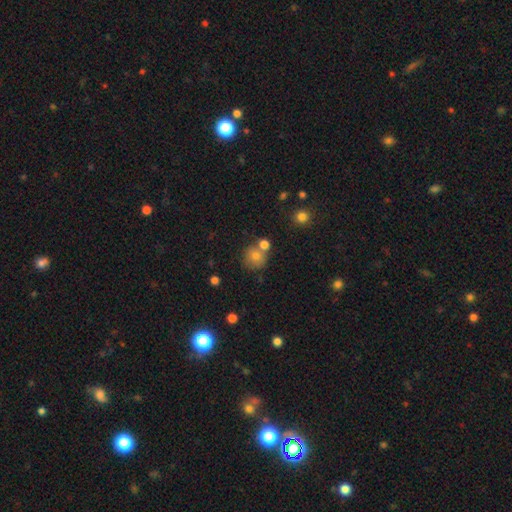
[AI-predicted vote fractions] smooth 76%, star or artifact 14%, featured or disk 11%. Down the decision tree: how rounded — round (89%); merging — none (61%).